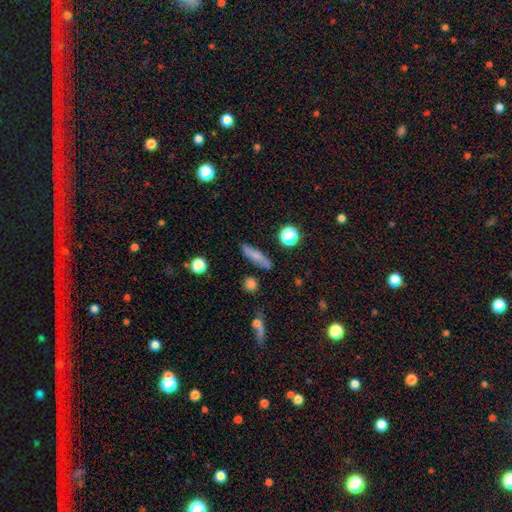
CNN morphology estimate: smooth 66%, featured or disk 24%, star or artifact 10%. Down the decision tree: how rounded — cigar-shaped (68%); merging — none (80%).